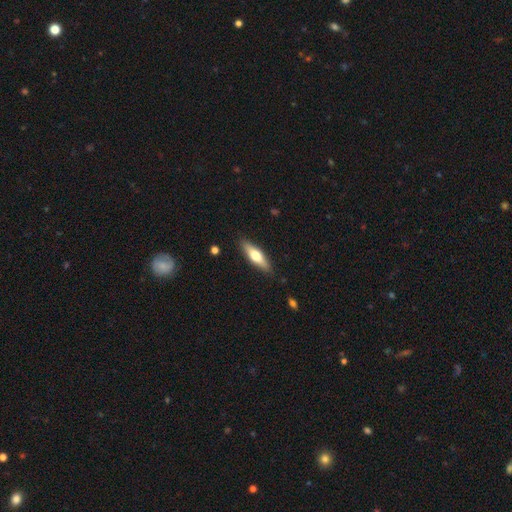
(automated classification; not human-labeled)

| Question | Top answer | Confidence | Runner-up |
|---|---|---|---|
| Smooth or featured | smooth | 57% | featured or disk (37%) |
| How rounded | cigar-shaped | 58% | in between (40%) |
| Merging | none | 87% | minor disturbance (9%) |